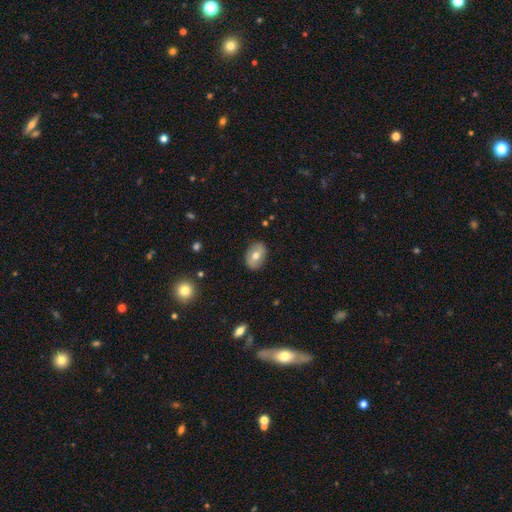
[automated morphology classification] Smooth or featured: smooth — 61% (featured or disk — 32%)
How rounded: in between — 80% (round — 18%)
Merging: none — 86% (minor disturbance — 10%)